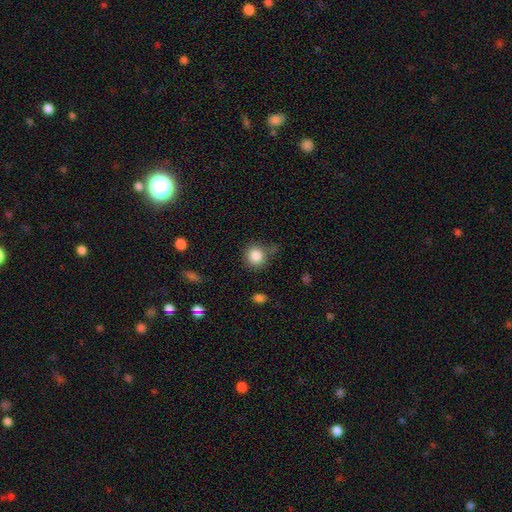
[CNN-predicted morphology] smooth 85%, star or artifact 10%, featured or disk 5%. Down the decision tree: how rounded — round (90%); merging — none (74%).